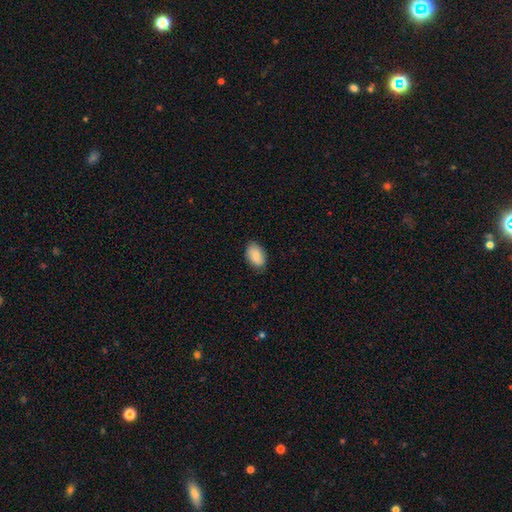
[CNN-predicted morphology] Smooth or featured? Predicted: smooth (p=0.86). How rounded? Predicted: in between (p=0.89). Merging? Predicted: none (p=0.84).